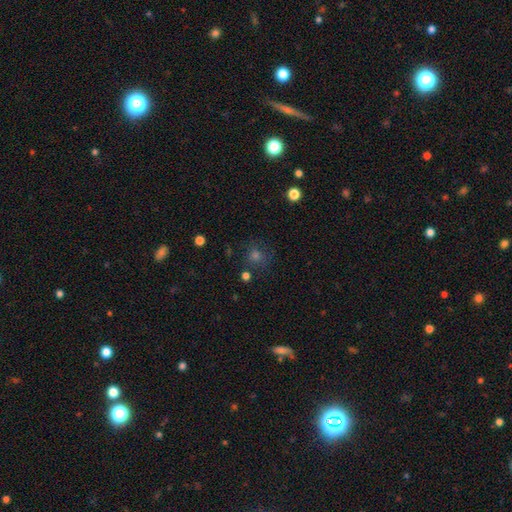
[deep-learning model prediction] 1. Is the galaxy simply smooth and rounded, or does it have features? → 51% smooth, 36% star or artifact, 14% featured or disk.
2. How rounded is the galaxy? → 86% round, 13% in between, 1% cigar-shaped.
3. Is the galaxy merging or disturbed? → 75% none, 13% minor disturbance, 8% major disturbance, 4% merger.